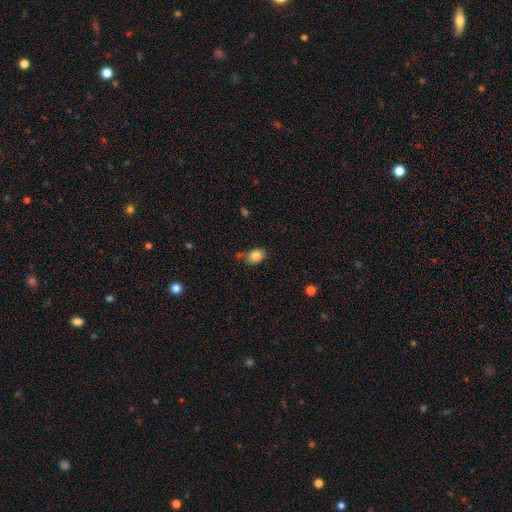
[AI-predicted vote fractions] smooth-or-featured: smooth: 84% | star or artifact: 9% | featured or disk: 7%
  how-rounded: in between: 72% | round: 27% | cigar-shaped: 1%
  merging: none: 65% | minor disturbance: 21% | merger: 9% | major disturbance: 5%